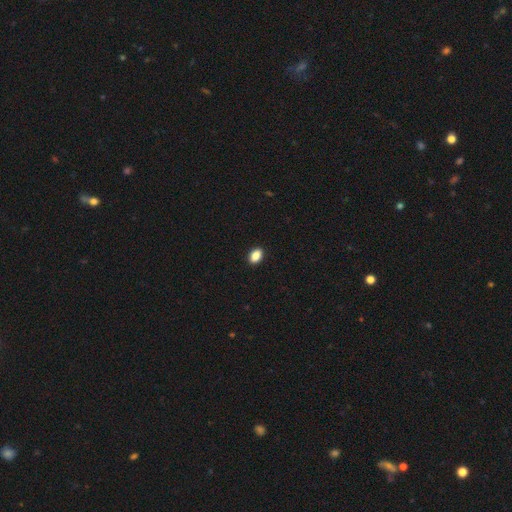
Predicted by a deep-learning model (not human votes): This is clearly a smooth galaxy (88%). How rounded: clearly in between (85%). Merging: clearly none (91%).